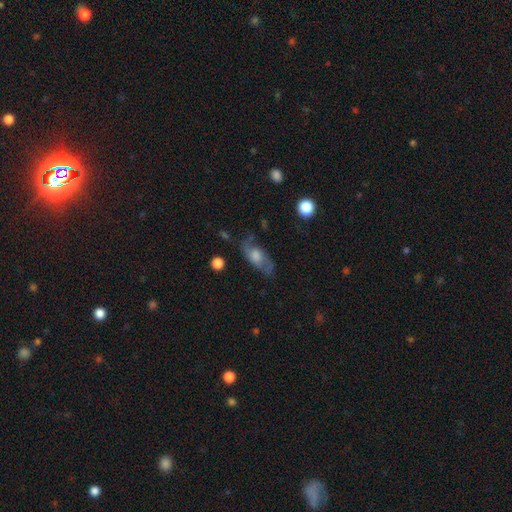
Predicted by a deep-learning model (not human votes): A featured or disk galaxy (57%). Merging: none (67%).